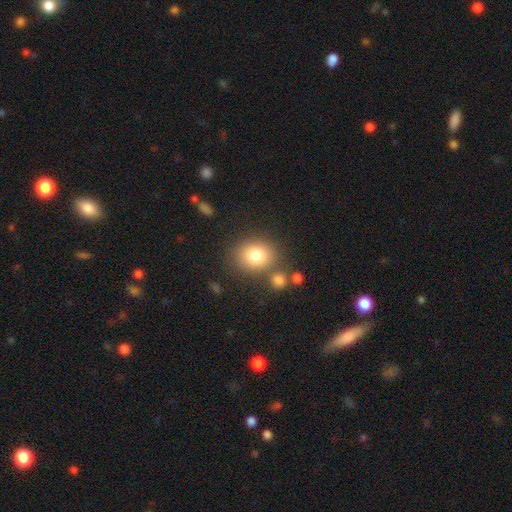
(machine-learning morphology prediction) Smooth or featured: smooth — 81% (star or artifact — 10%)
How rounded: round — 65% (in between — 34%)
Merging: none — 72% (minor disturbance — 12%)